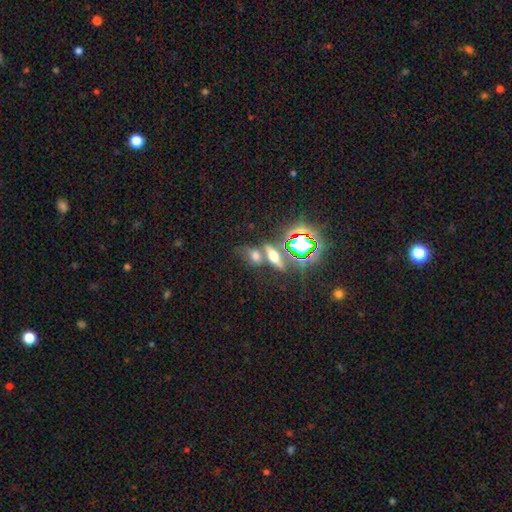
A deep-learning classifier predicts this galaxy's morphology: Overall: star or artifact (64%).